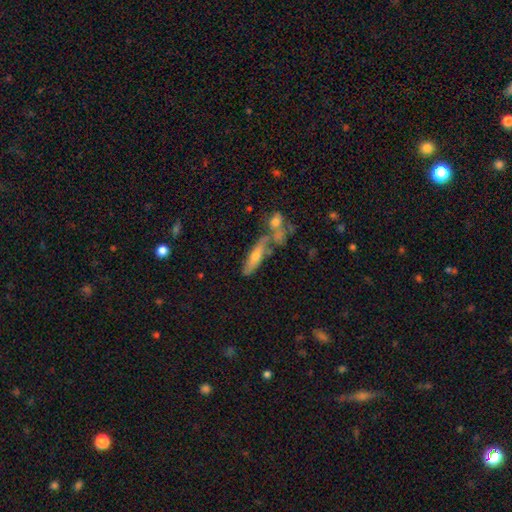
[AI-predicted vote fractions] Smooth or featured? smooth (49%)
Merging? none (47%)